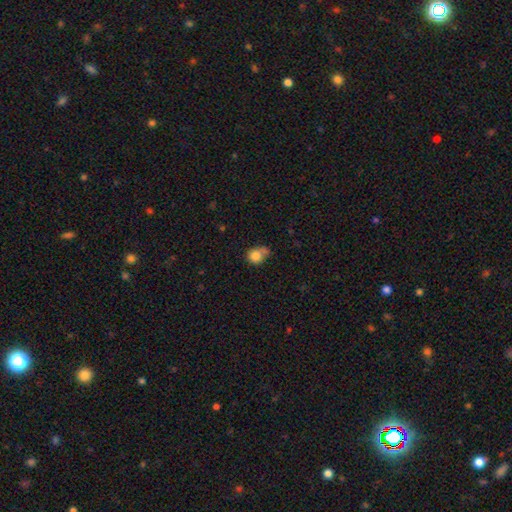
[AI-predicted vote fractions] Smooth or featured: smooth — 81% (star or artifact — 10%)
How rounded: round — 66% (in between — 33%)
Merging: none — 39% (minor disturbance — 32%)